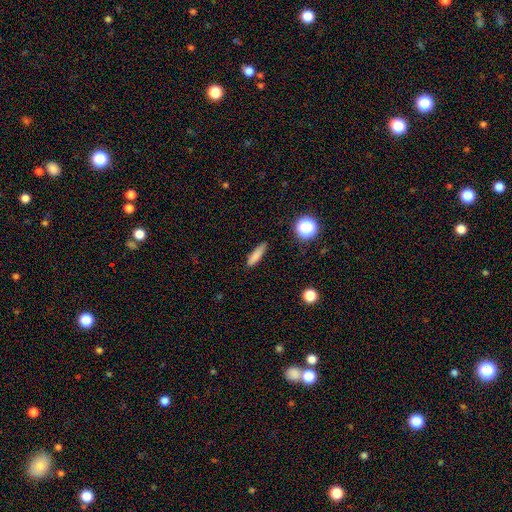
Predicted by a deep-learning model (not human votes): Smooth or featured?
  - smooth: 81% *
  - star or artifact: 10%
  - featured or disk: 9%
How rounded?
  - cigar-shaped: 72% *
  - in between: 24%
  - round: 3%
Merging?
  - none: 83% *
  - minor disturbance: 13%
  - major disturbance: 3%
  - merger: 1%